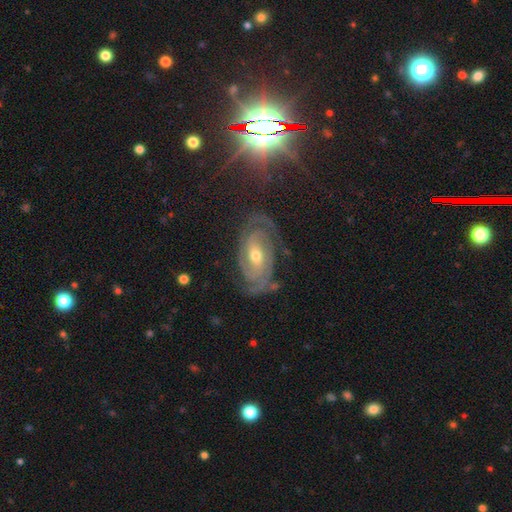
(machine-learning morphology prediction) This appears to be a featured or disk galaxy (84%) with no bar (46%), 2 (43%) tight (69%) spiral arms (96%) and a moderate central bulge (56%). Merging: none (76%).